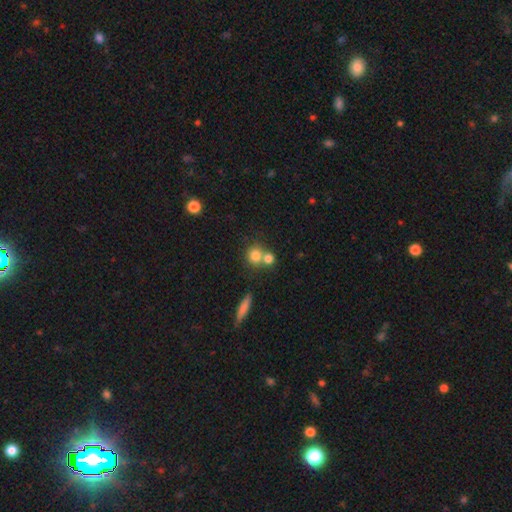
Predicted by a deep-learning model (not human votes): smooth 78%, star or artifact 11%, featured or disk 11%. Down the decision tree: how rounded — round (82%); merging — none (47%).